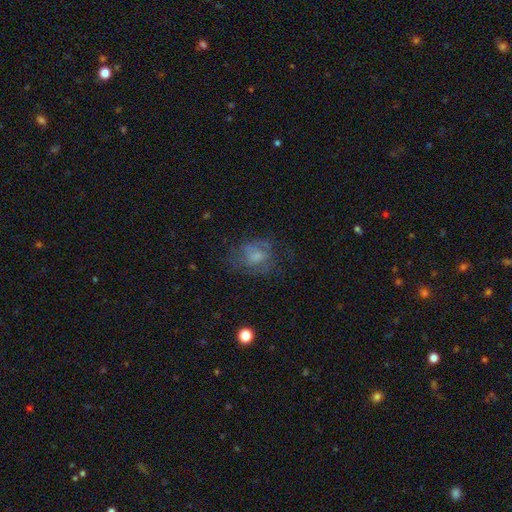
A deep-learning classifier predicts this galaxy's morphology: Smooth or featured: smooth — 48% (featured or disk — 38%)
Merging: none — 52% (major disturbance — 23%)